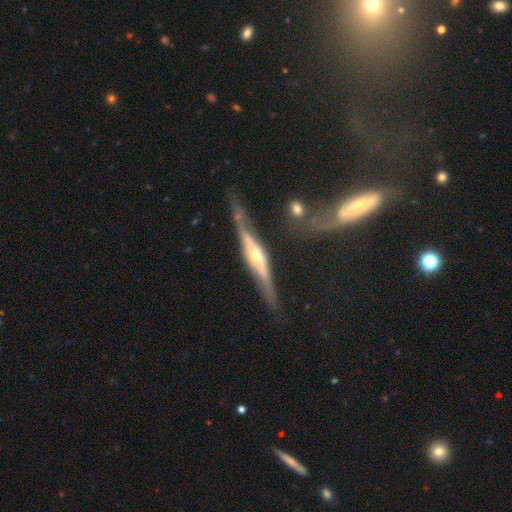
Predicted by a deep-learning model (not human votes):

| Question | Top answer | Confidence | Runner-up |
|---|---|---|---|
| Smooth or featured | featured or disk | 82% | smooth (12%) |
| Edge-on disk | yes | 91% | no (9%) |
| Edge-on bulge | rounded | 78% | boxy (16%) |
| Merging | none | 68% | minor disturbance (18%) |